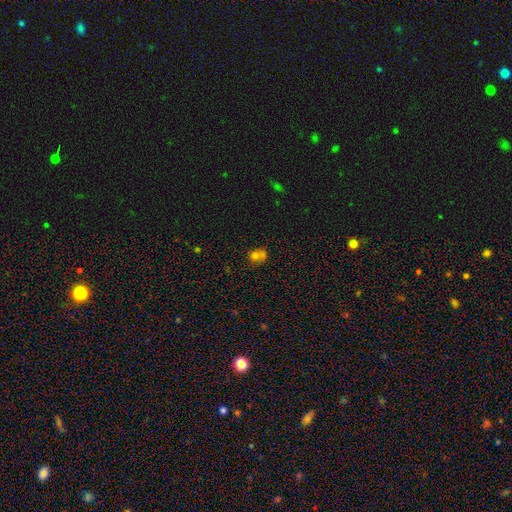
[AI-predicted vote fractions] This appears to be a smooth galaxy with no disk features (66%) that is round (73%). Merging: merger (51%).